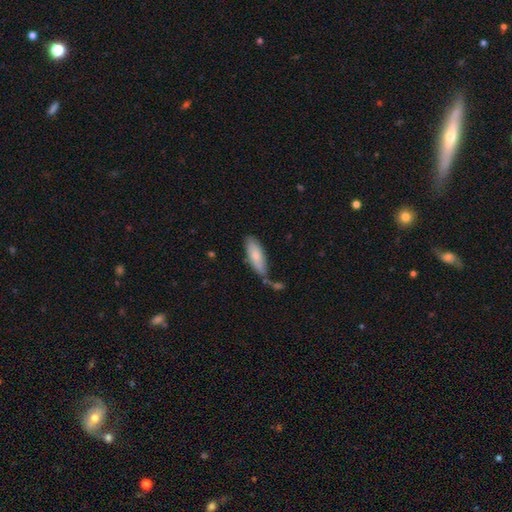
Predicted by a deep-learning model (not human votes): Morphology: type=smooth (78%); roundness=in between (64%); merging=none (57%).